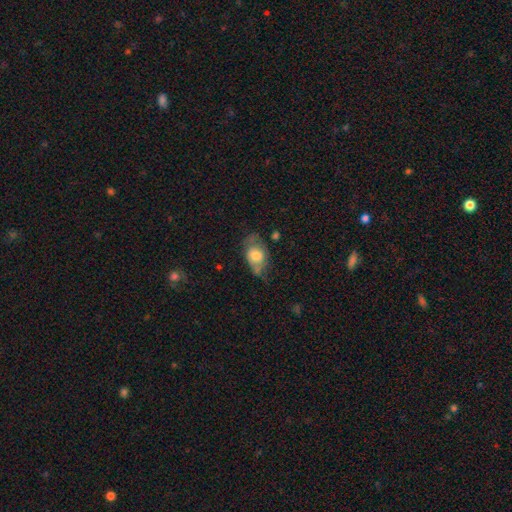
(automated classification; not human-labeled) Smooth or featured? smooth (59%)
How rounded? in between (78%)
Merging? none (45%)